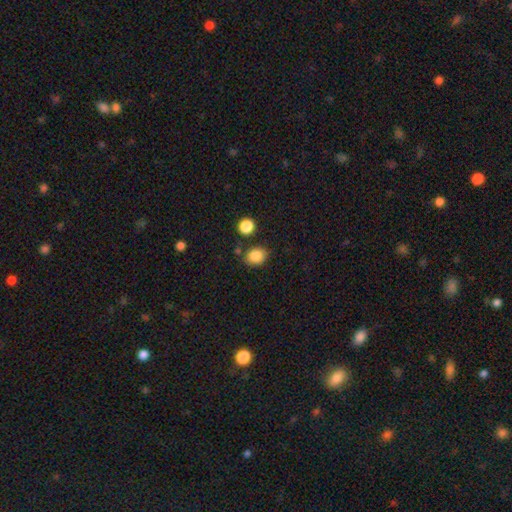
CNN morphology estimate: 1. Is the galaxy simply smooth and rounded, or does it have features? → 85% smooth, 10% star or artifact, 5% featured or disk.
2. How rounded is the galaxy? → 52% round, 47% in between, 1% cigar-shaped.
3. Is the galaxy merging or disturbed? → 77% none, 13% minor disturbance, 7% merger, 3% major disturbance.